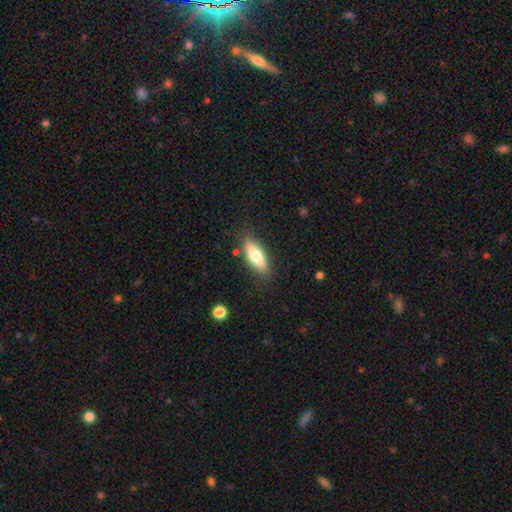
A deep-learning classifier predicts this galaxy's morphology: smooth 68%, featured or disk 25%, star or artifact 6%. Down the decision tree: how rounded — in between (63%); merging — none (83%).